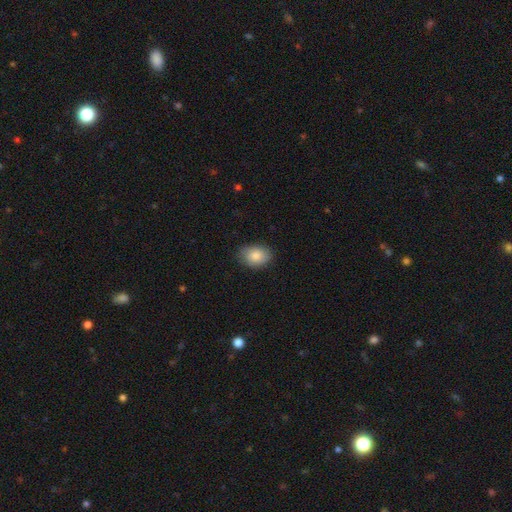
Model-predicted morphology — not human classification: smooth 85%, featured or disk 8%, star or artifact 7%. Down the decision tree: how rounded — in between (72%); merging — none (81%).